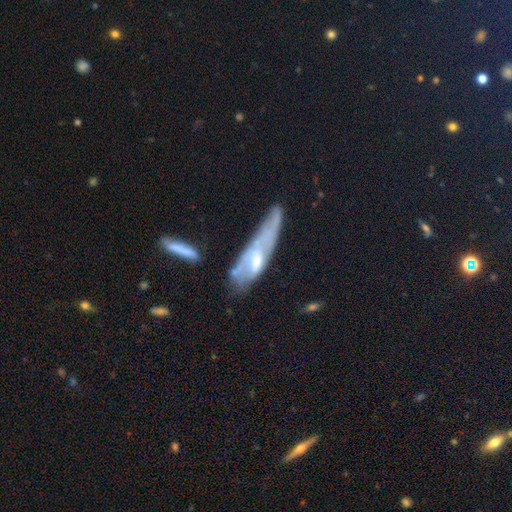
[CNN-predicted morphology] Smooth or featured?
  - featured or disk: 55% *
  - smooth: 34%
  - star or artifact: 11%
Edge-on disk?
  - no: 57% *
  - yes: 43%
Merging?
  - none: 34% *
  - minor disturbance: 30%
  - major disturbance: 26%
  - merger: 10%